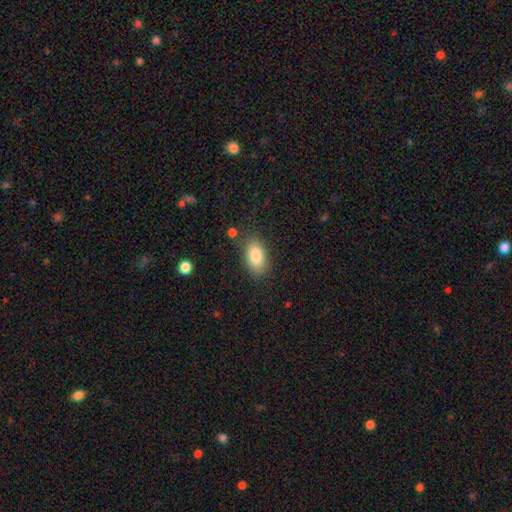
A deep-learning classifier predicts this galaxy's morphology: A smooth galaxy with no disk features (85%) that is in between round and cigar-shaped (92%).

Vote fractions:
- Smooth or featured? smooth: 85% / featured or disk: 8% / star or artifact: 7%
- How rounded? in between: 92% / round: 6% / cigar-shaped: 2%
- Merging? none: 82% / minor disturbance: 12% / major disturbance: 3% / merger: 2%